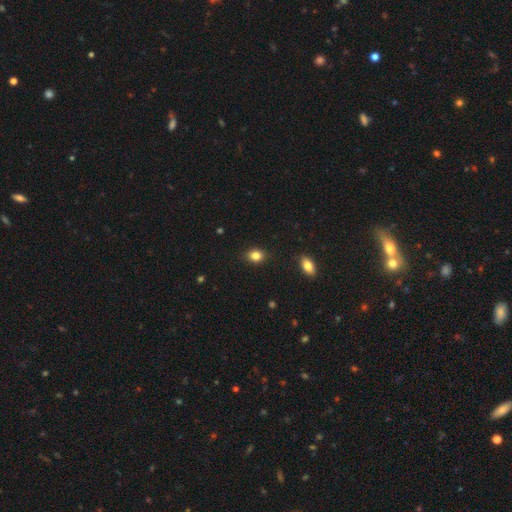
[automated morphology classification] type=smooth (84%); roundness=in between (60%); merging=none (88%).